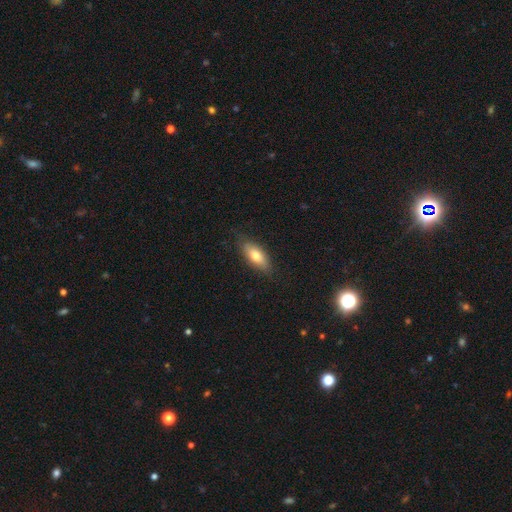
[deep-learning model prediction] A smooth galaxy with no disk features (74%) that is in between round and cigar-shaped (78%).

Vote fractions:
- Smooth or featured? smooth: 74% / featured or disk: 20% / star or artifact: 6%
- How rounded? in between: 78% / cigar-shaped: 19% / round: 3%
- Merging? none: 81% / minor disturbance: 15% / major disturbance: 3% / merger: 1%